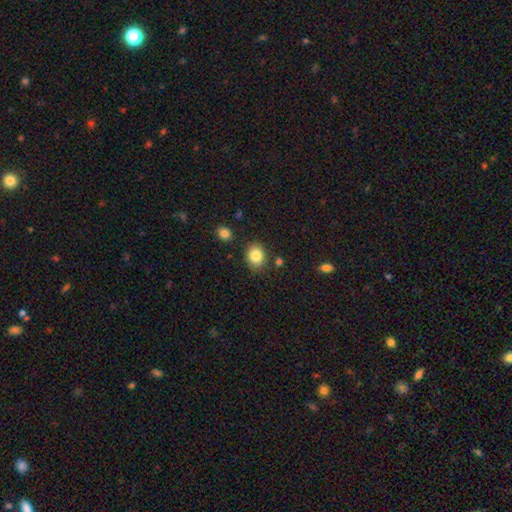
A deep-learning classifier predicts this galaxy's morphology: smooth 85%, star or artifact 9%, featured or disk 6%. Down the decision tree: how rounded — round (58%); merging — none (82%).